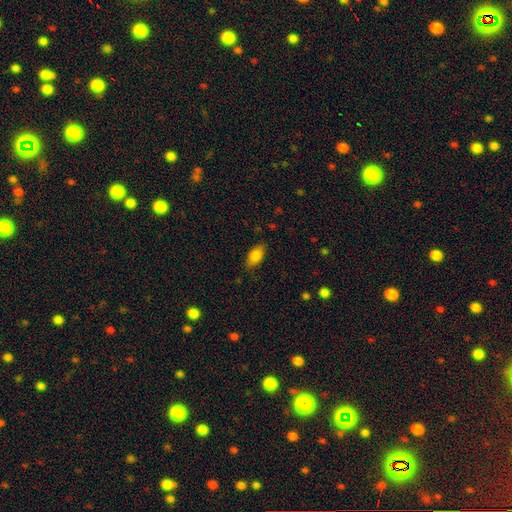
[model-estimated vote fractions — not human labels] Morphology: type=smooth (82%); roundness=in between (90%); merging=none (81%).